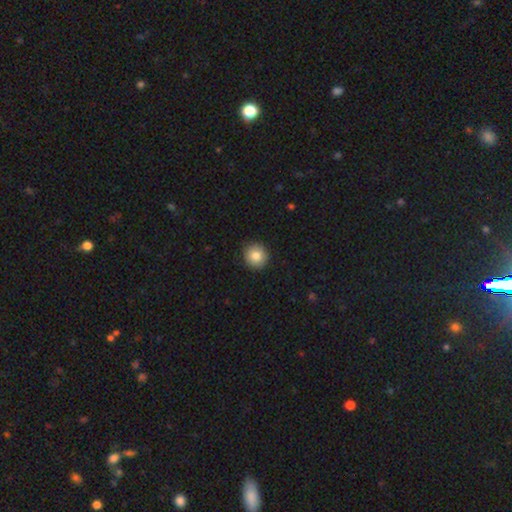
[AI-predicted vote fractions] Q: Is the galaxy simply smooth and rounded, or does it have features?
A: smooth — 85%.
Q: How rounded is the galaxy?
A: round — 90%.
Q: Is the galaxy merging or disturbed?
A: none — 90%.